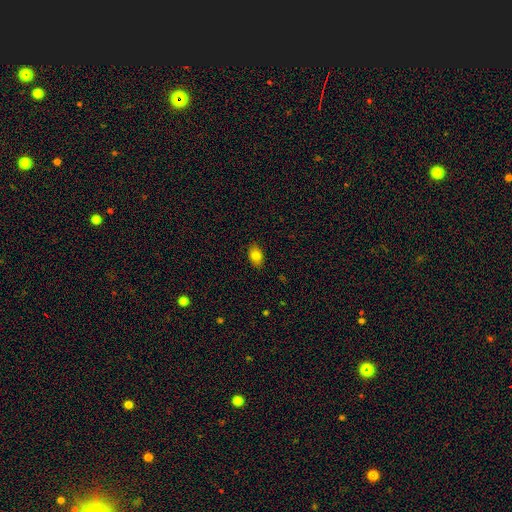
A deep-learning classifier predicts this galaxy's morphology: Smooth or featured? smooth (81%)
How rounded? in between (85%)
Merging? none (87%)